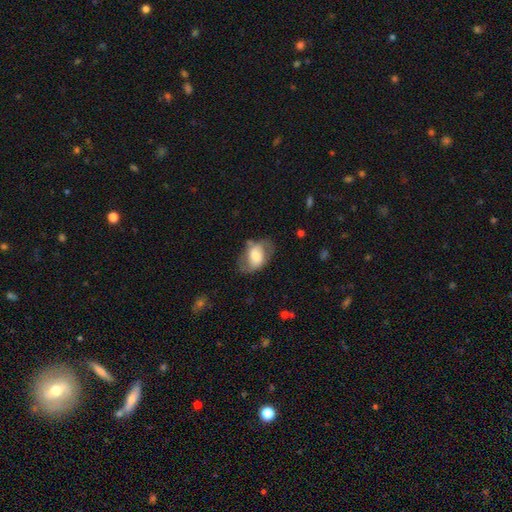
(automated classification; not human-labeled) Smooth or featured? smooth (51%)
How rounded? in between (83%)
Merging? none (57%)